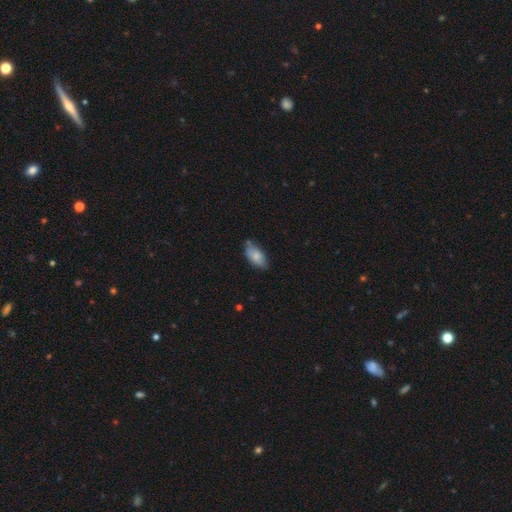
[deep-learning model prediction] Smooth or featured: smooth — 76% (featured or disk — 17%)
How rounded: in between — 90% (cigar-shaped — 8%)
Merging: none — 61% (minor disturbance — 30%)